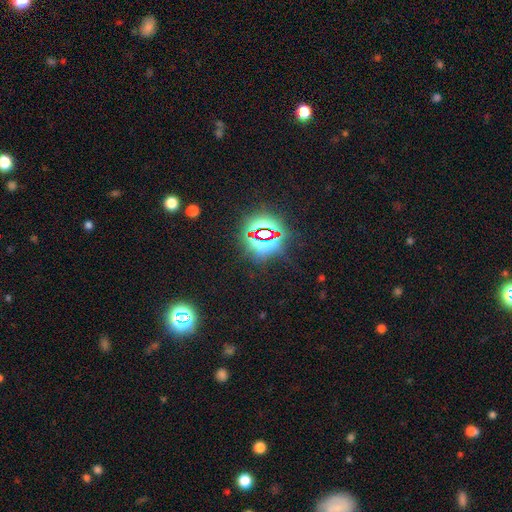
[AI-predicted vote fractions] A star or artifact, not a galaxy (83%).